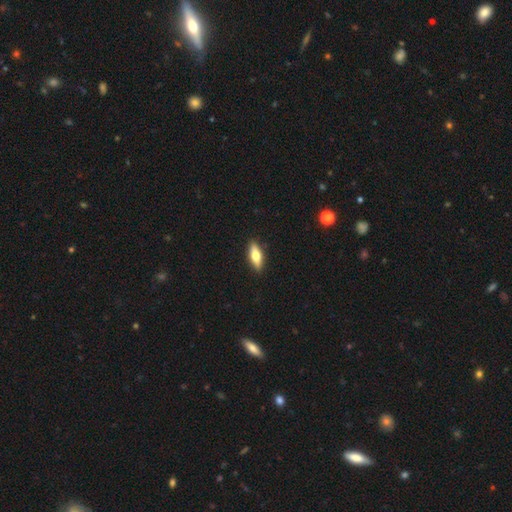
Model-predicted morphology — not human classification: Smooth or featured? Predicted: smooth (p=0.57). How rounded? Predicted: in between (p=0.59). Merging? Predicted: none (p=0.90).